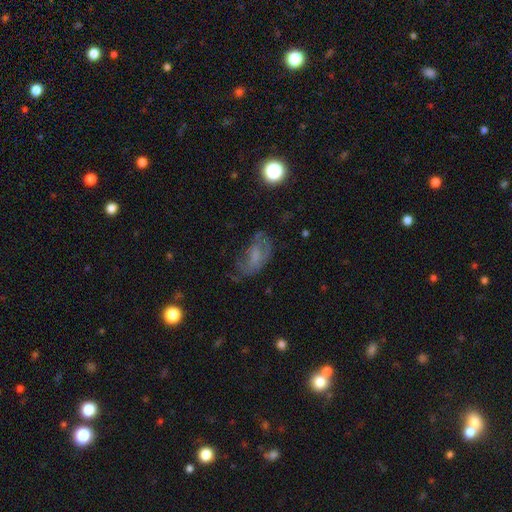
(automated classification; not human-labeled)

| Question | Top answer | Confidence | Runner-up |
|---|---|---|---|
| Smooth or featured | smooth | 43% | tied: featured or disk (43%) |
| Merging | none | 46% | minor disturbance (27%) |